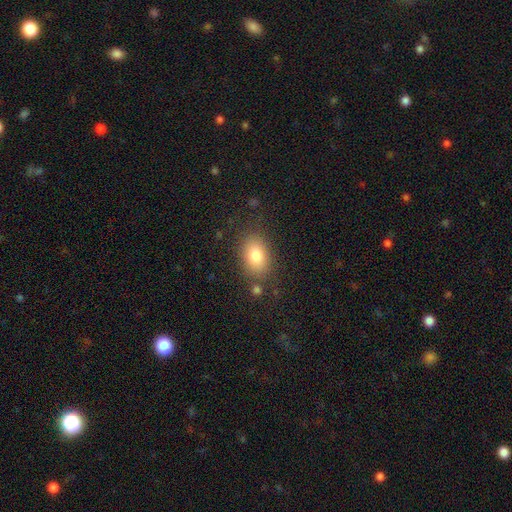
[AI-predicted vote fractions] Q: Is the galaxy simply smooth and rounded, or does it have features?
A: smooth — 81%.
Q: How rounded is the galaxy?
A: in between — 83%.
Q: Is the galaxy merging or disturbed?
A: none — 80%.